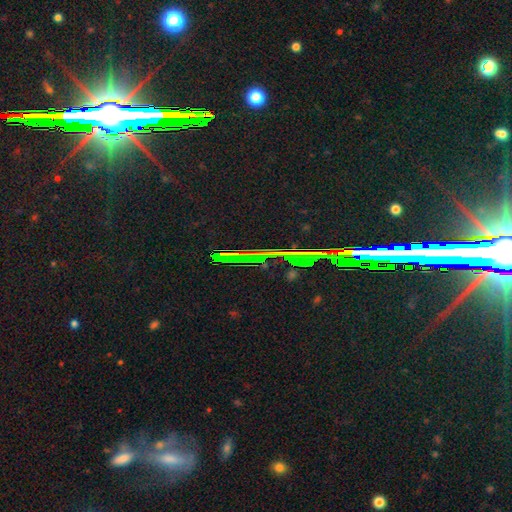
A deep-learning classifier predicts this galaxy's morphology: type=star or artifact (81%).